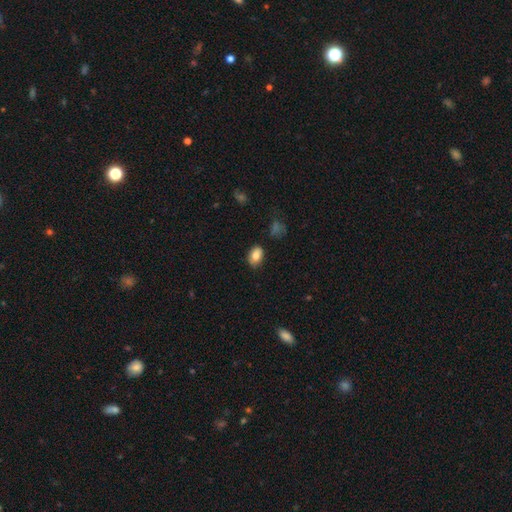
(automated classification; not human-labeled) Morphology: type=smooth (82%); roundness=in between (85%); merging=none (83%).